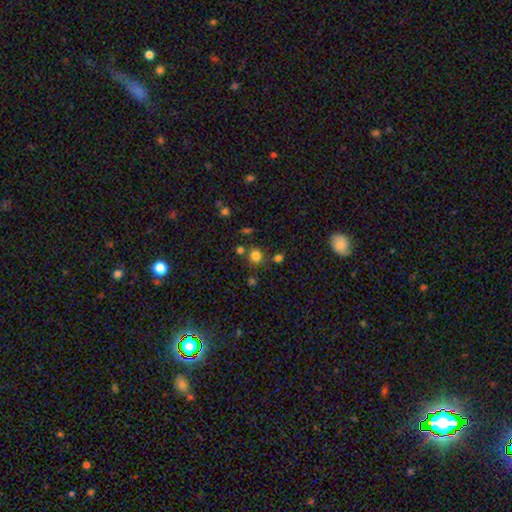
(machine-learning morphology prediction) Smooth or featured?
  - smooth: 80% *
  - star or artifact: 15%
  - featured or disk: 5%
How rounded?
  - round: 82% *
  - in between: 17%
  - cigar-shaped: 1%
Merging?
  - none: 76% *
  - minor disturbance: 10%
  - merger: 10%
  - major disturbance: 4%